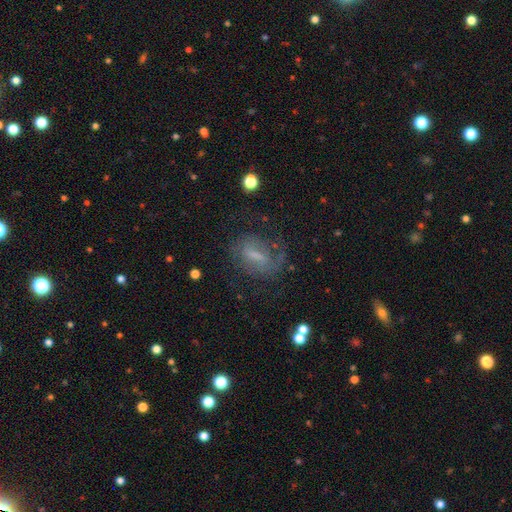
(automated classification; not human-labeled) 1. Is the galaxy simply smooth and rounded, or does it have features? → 55% featured or disk, 31% smooth, 14% star or artifact.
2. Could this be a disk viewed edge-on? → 90% no, 10% yes.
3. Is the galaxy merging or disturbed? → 56% none, 21% minor disturbance, 20% major disturbance, 2% merger.